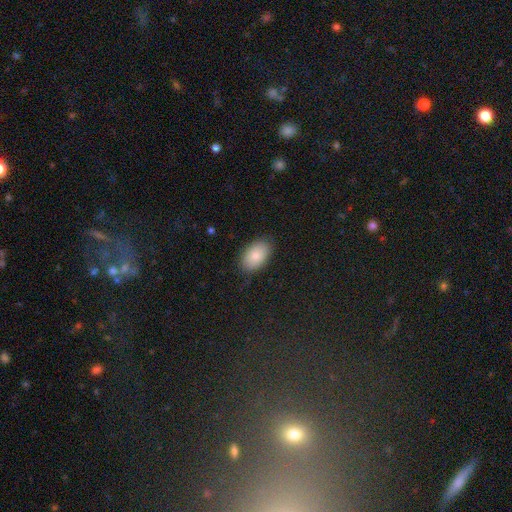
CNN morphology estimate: smooth_or_featured: smooth (p=0.80) [alt: featured or disk p=0.12]
how_rounded: in between (p=0.91) [alt: round p=0.07]
merging: none (p=0.84) [alt: minor disturbance p=0.12]